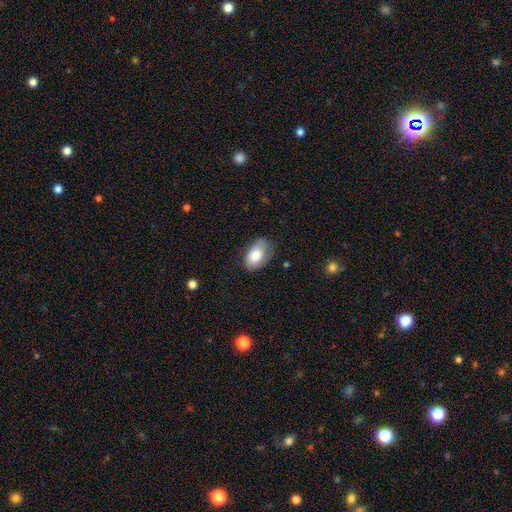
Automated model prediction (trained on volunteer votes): Q: Smooth or featured?
A: smooth (80%); runner-up: featured or disk (13%)
Q: How rounded?
A: in between (92%); runner-up: round (7%)
Q: Merging?
A: none (67%); runner-up: minor disturbance (25%)